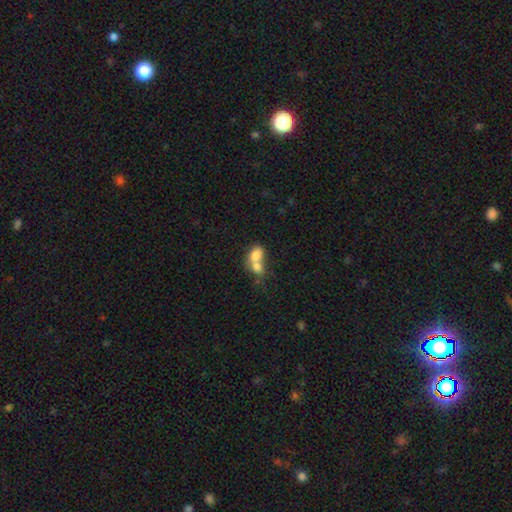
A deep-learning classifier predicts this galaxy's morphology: Q: Smooth or featured?
A: smooth (74%); runner-up: featured or disk (17%)
Q: How rounded?
A: in between (66%); runner-up: round (32%)
Q: Merging?
A: merger (74%); runner-up: none (17%)